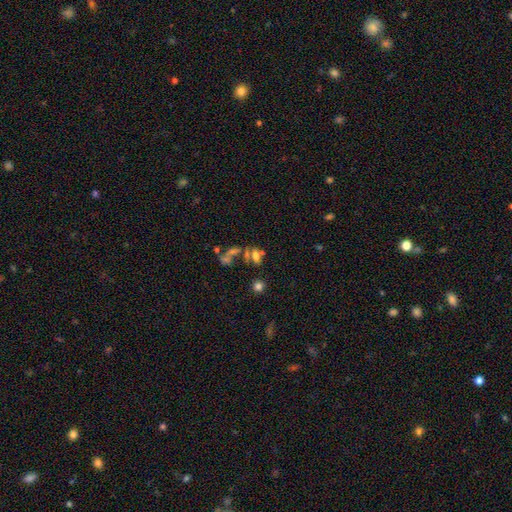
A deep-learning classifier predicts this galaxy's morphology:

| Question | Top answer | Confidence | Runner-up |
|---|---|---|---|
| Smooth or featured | smooth | 57% | featured or disk (24%) |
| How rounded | in between | 71% | round (21%) |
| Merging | merger | 37% | tied: none (37%) |